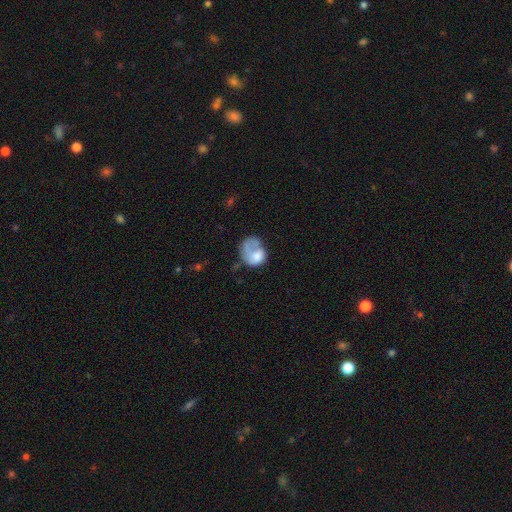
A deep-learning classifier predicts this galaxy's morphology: This appears to be a smooth galaxy with no disk features (60%) that is in between round and cigar-shaped (53%). Merging: major disturbance (44%).